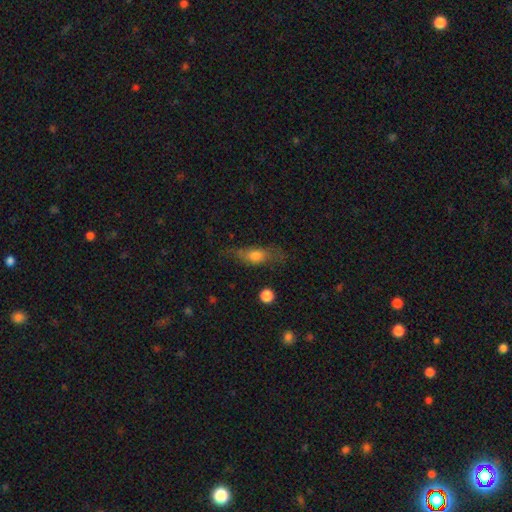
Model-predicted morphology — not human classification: type=smooth (61%); roundness=in between (56%); merging=none (59%).